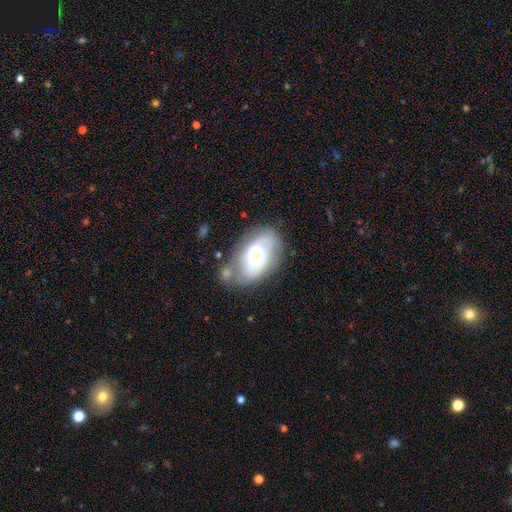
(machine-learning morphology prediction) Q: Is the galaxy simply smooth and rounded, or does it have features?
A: featured or disk — 62%.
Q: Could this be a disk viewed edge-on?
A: no — 94%.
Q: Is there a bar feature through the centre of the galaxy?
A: no — 67%.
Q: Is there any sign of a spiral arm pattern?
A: yes — 69%.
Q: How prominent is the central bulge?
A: moderate — 62%.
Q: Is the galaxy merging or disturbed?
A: none — 52%.